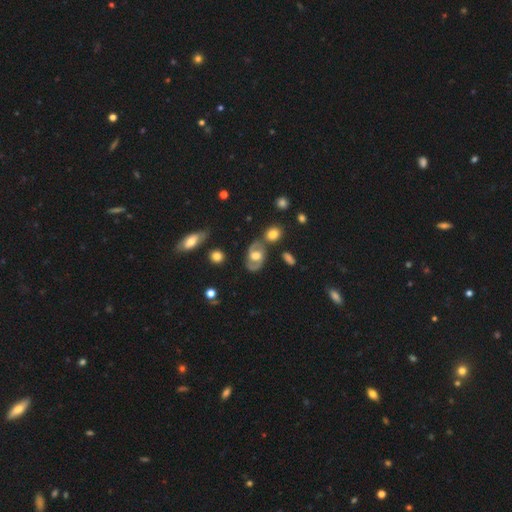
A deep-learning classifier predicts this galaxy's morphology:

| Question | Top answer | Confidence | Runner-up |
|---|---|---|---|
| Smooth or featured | featured or disk | 73% | smooth (21%) |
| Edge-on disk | no | 95% | yes (5%) |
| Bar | no | 52% | weak (37%) |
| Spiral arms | yes | 81% | no (19%) |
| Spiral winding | medium | 53% | loose (24%) |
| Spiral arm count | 2 | 89% | can't tell (6%) |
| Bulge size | moderate | 57% | large (32%) |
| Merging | none | 69% | minor disturbance (16%) |